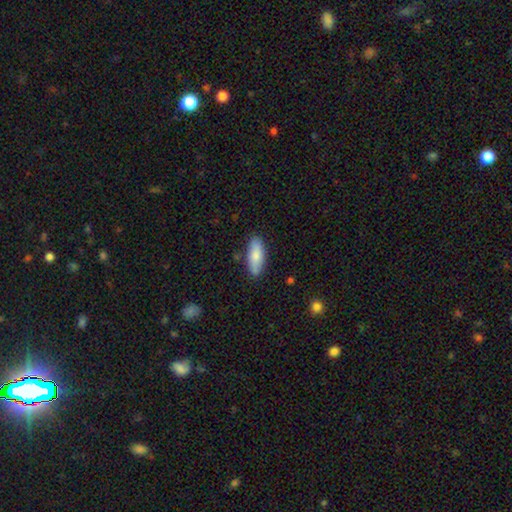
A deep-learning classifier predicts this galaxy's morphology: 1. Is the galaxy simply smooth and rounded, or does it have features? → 80% smooth, 14% featured or disk, 6% star or artifact.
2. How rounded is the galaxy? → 74% in between, 24% cigar-shaped, 2% round.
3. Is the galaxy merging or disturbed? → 83% none, 13% minor disturbance, 2% major disturbance, 2% merger.